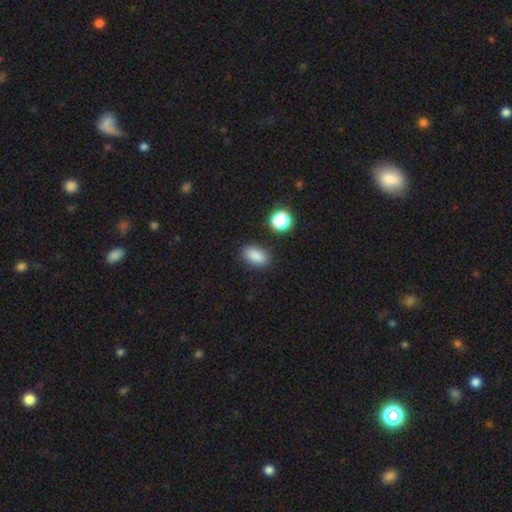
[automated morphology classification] Overall: smooth (86%). How rounded: in between (88%). Merging: none (86%).